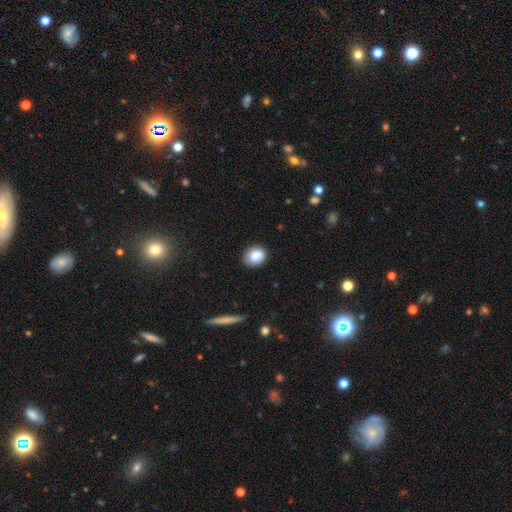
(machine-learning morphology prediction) Q: Smooth or featured?
A: smooth (83%); runner-up: star or artifact (9%)
Q: How rounded?
A: round (53%); runner-up: in between (45%)
Q: Merging?
A: none (79%); runner-up: minor disturbance (16%)